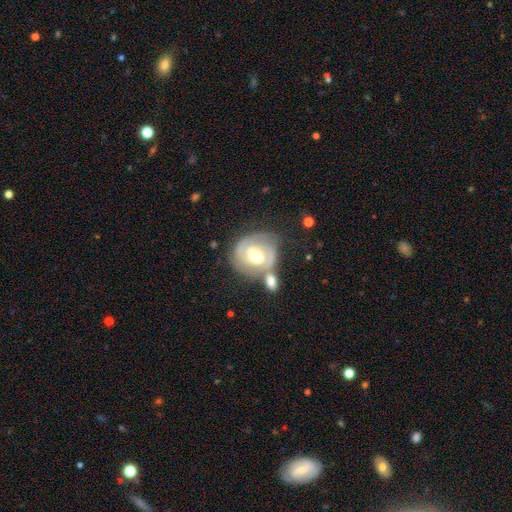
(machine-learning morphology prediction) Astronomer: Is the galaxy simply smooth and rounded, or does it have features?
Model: featured or disk — 73%.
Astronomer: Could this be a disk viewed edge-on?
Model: no — 97%.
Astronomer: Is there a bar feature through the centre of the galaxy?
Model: weak — 50% (runner-up: no, 31%).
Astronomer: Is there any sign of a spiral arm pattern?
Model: yes — 81%.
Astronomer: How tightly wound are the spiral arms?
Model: tight — 58%.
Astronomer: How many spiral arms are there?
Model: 2 — 63%.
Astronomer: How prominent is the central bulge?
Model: moderate — 70%.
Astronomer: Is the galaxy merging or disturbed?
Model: none — 48% (runner-up: merger, 25%).